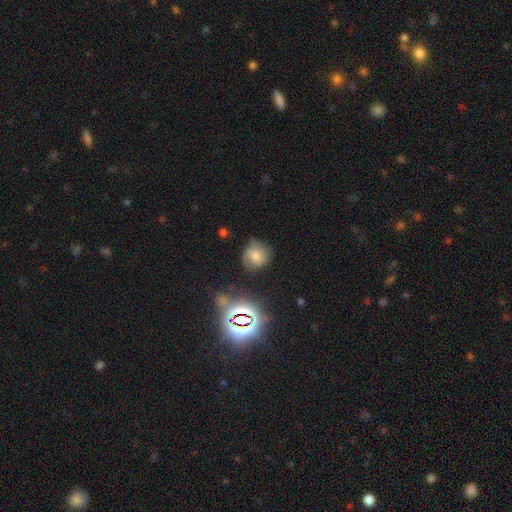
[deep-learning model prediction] A smooth galaxy with no disk features (42%).

Vote fractions:
- Smooth or featured? smooth: 42% / featured or disk: 30% / star or artifact: 28%
- Merging? none: 67% / minor disturbance: 21% / major disturbance: 9% / merger: 3%